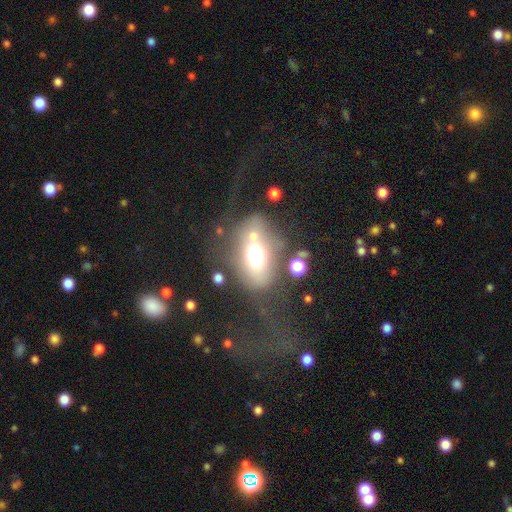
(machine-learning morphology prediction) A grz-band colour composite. It shows a smooth galaxy with no disk features (59%) that is in between round and cigar-shaped (66%). Merging: none (36%).